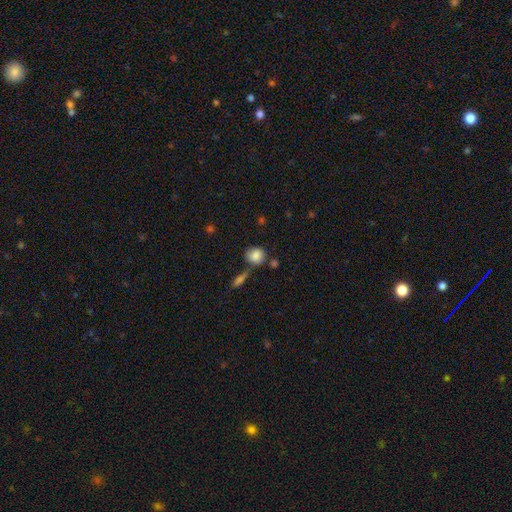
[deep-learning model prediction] A smooth galaxy with no disk features (84%) that is round (79%). Merging: none (66%).